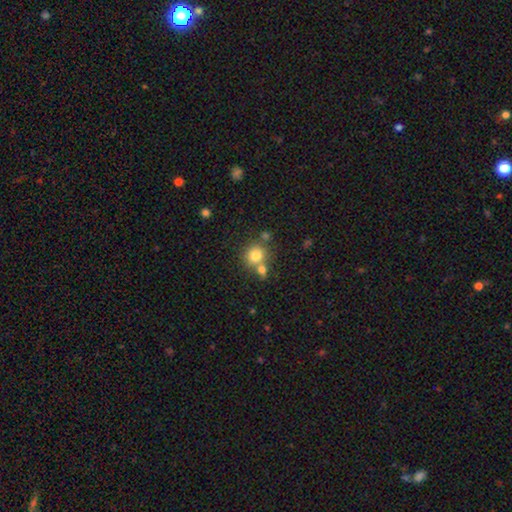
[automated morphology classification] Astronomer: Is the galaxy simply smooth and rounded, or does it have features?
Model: smooth — 78%.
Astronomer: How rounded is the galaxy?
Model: round — 84%.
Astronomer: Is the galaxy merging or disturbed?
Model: none — 55% (runner-up: merger, 32%).